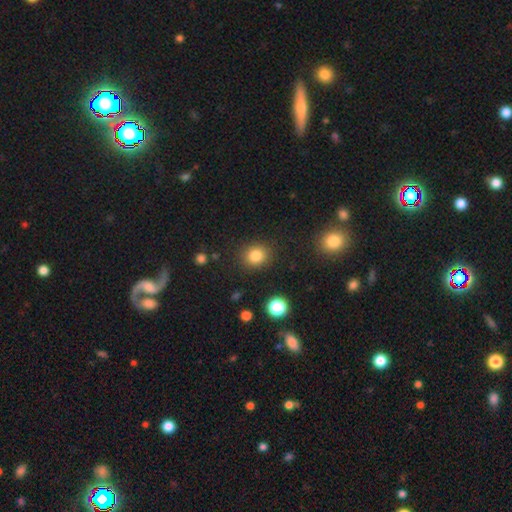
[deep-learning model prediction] Smooth or featured? Predicted: smooth (p=0.82). How rounded? Predicted: round (p=0.75). Merging? Predicted: none (p=0.87).